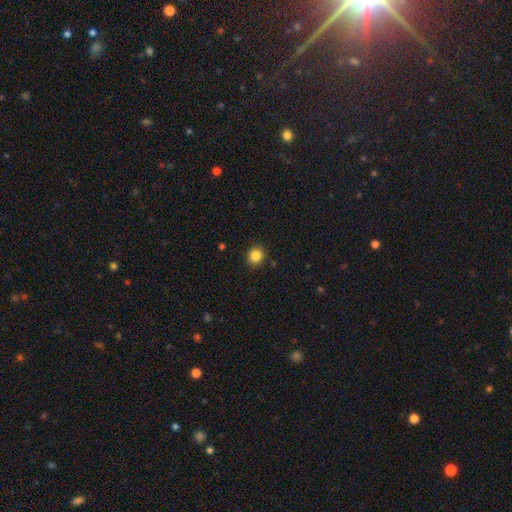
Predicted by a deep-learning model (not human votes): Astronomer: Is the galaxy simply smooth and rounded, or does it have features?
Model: smooth — 85%.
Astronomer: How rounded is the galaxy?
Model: round — 83%.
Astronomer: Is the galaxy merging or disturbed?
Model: none — 89%.